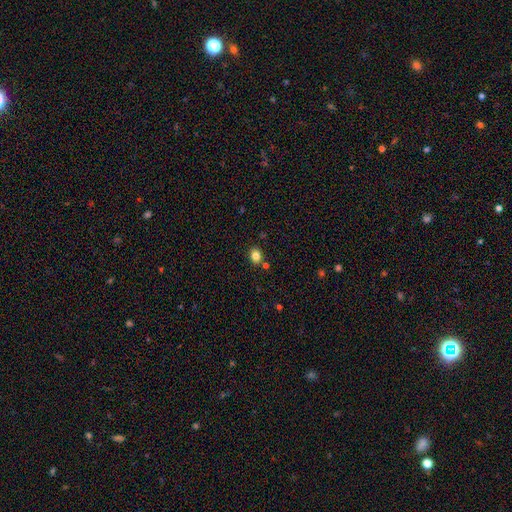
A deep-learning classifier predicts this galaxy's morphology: Q: Smooth or featured?
A: smooth (83%); runner-up: star or artifact (11%)
Q: How rounded?
A: round (51%); runner-up: in between (48%)
Q: Merging?
A: none (82%); runner-up: minor disturbance (9%)